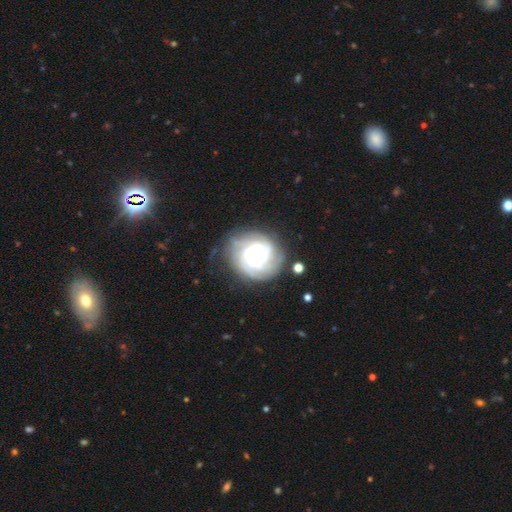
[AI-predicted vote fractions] smooth_or_featured: featured or disk (p=0.79) [alt: smooth p=0.15]
disk_edge_on: no (p=0.98) [alt: yes p=0.02]
bar: no (p=0.71) [alt: weak p=0.24]
has_spiral_arms: yes (p=0.93) [alt: no p=0.07]
spiral_winding: tight (p=0.75) [alt: medium p=0.20]
spiral_arm_count: can't tell (p=0.39) [alt: 2 p=0.21]
bulge_size: moderate (p=0.48) [alt: small p=0.43]
merging: none (p=0.70) [alt: minor disturbance p=0.19]